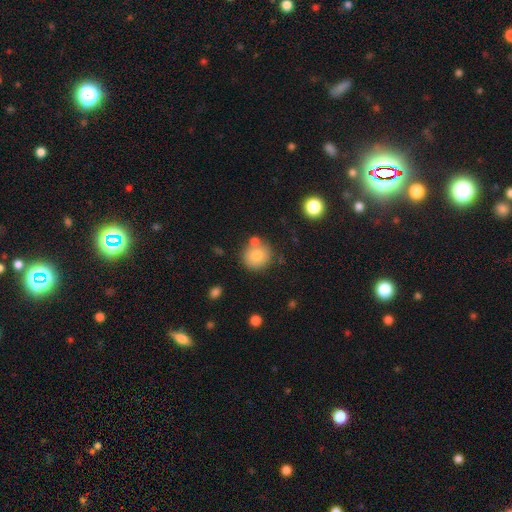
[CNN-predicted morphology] Smooth or featured: smooth — 78% (featured or disk — 12%)
How rounded: round — 90% (in between — 9%)
Merging: none — 71% (merger — 15%)